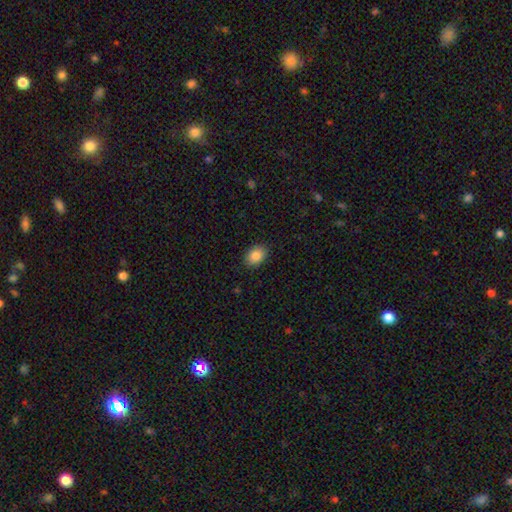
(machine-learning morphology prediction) Smooth or featured: smooth — 85% (star or artifact — 8%)
How rounded: in between — 75% (round — 24%)
Merging: none — 89% (minor disturbance — 9%)